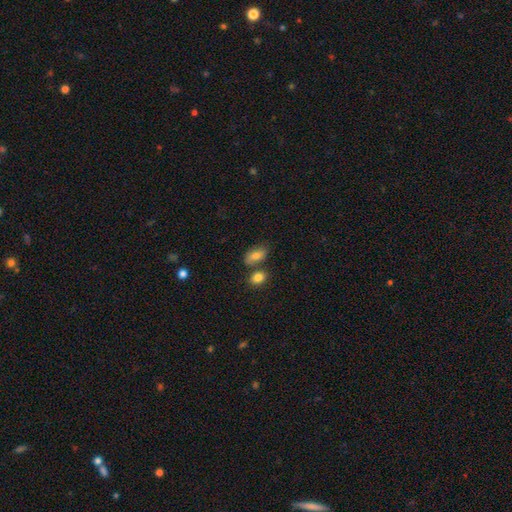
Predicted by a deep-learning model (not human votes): Smooth or featured?
  - smooth: 79% *
  - featured or disk: 12%
  - star or artifact: 8%
How rounded?
  - in between: 88% *
  - round: 8%
  - cigar-shaped: 4%
Merging?
  - none: 61% *
  - merger: 23%
  - minor disturbance: 13%
  - major disturbance: 4%